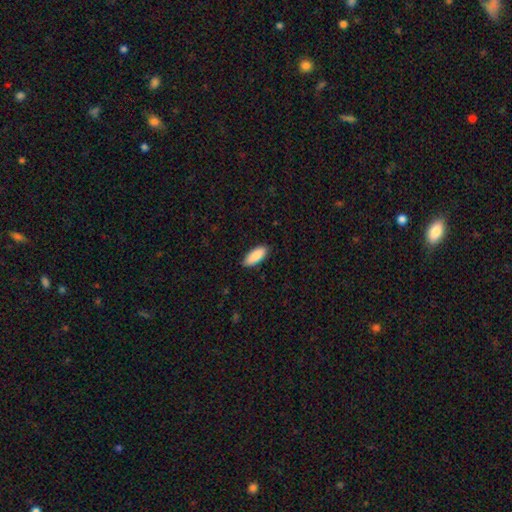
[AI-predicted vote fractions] smooth-or-featured: smooth: 89% | star or artifact: 6% | featured or disk: 5%
  how-rounded: in between: 82% | cigar-shaped: 17% | round: 2%
  merging: none: 88% | minor disturbance: 9% | major disturbance: 2% | merger: 1%